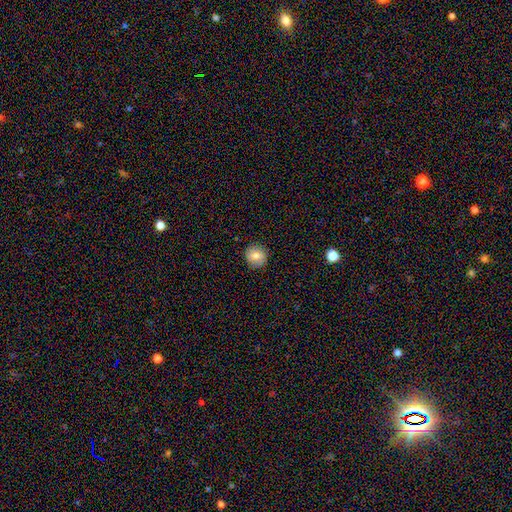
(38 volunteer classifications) Smooth or featured?
  - smooth: 66% *
  - featured or disk: 26%
  - star or artifact: 8%
How rounded?
  - round: 92% *
  - in between: 4%
  - cigar-shaped: 4%
Merging?
  - none: 86% *
  - minor disturbance: 9%
  - merger: 6%
  - major disturbance: 0%